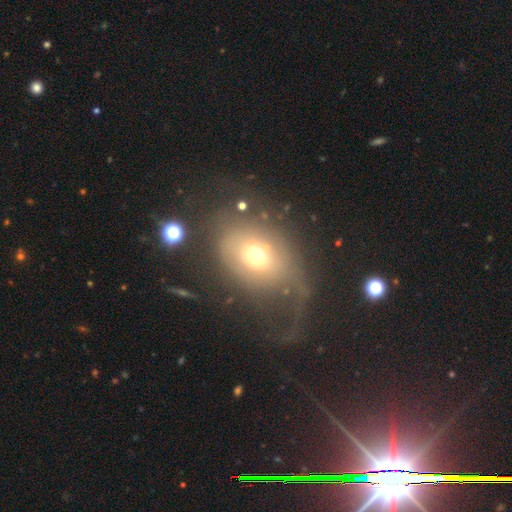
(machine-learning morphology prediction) This appears to be a smooth galaxy with no disk features (51%) that is in between round and cigar-shaped (55%). Merging: major disturbance (49%).